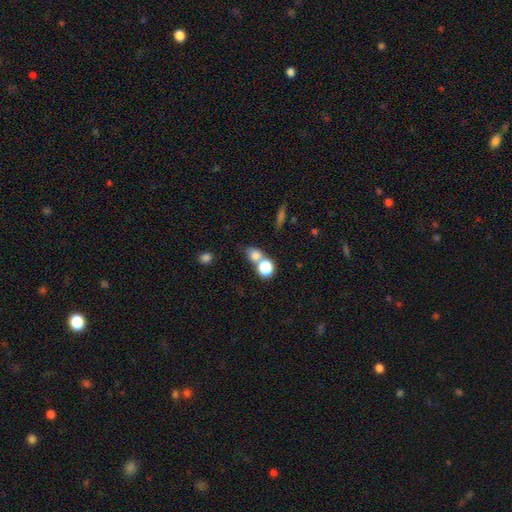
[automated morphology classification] This appears to be a smooth galaxy with no disk features (75%) that is round (56%). Merging: merger (50%).